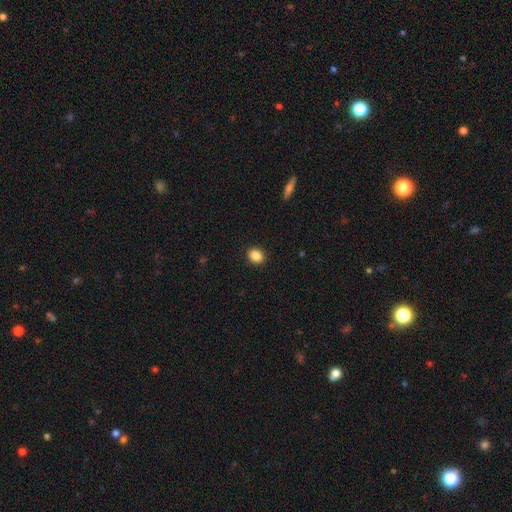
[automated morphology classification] Smooth or featured? Predicted: smooth (p=0.87). How rounded? Predicted: round (p=0.55). Merging? Predicted: none (p=0.91).